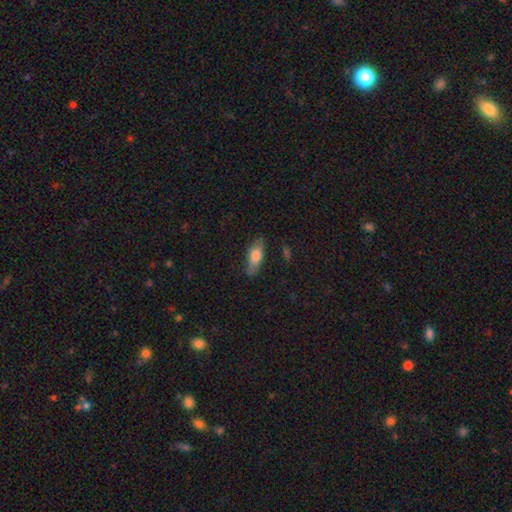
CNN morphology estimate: The model was most divided on "how rounded": in between: 70%, cigar-shaped: 27%, round: 3%. More confident: merging — none (73%); smooth or featured — smooth (72%).